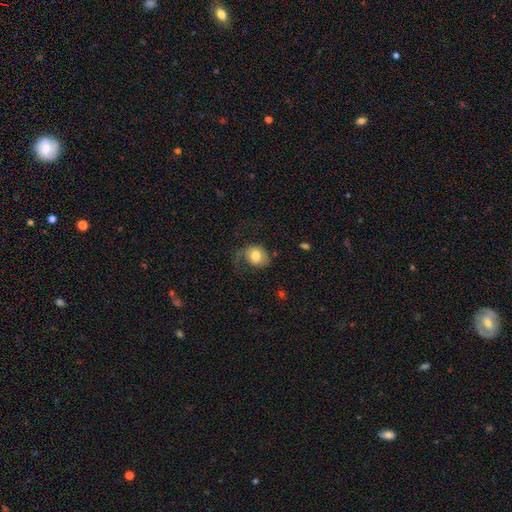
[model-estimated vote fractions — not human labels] This appears to be a smooth galaxy with no disk features (73%) that is round (57%). Merging: none (44%).